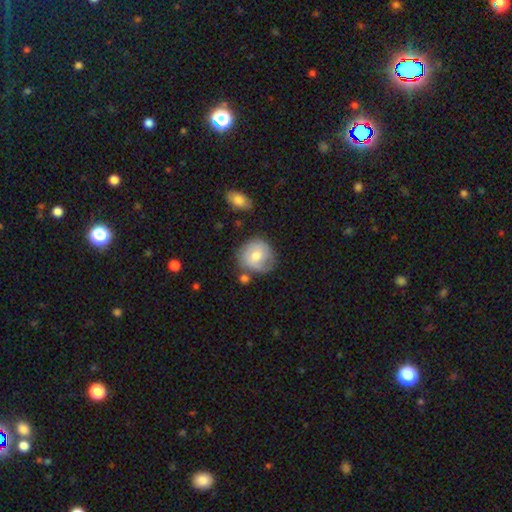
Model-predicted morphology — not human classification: Smooth or featured? smooth (57%)
How rounded? round (85%)
Merging? none (62%)